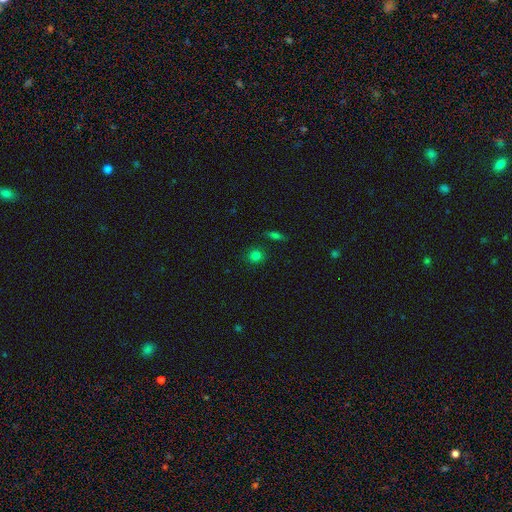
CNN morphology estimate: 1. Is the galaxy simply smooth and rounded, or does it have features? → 78% smooth, 15% star or artifact, 7% featured or disk.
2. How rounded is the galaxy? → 85% round, 14% in between, 2% cigar-shaped.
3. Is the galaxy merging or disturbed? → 86% none, 9% minor disturbance, 3% merger, 2% major disturbance.